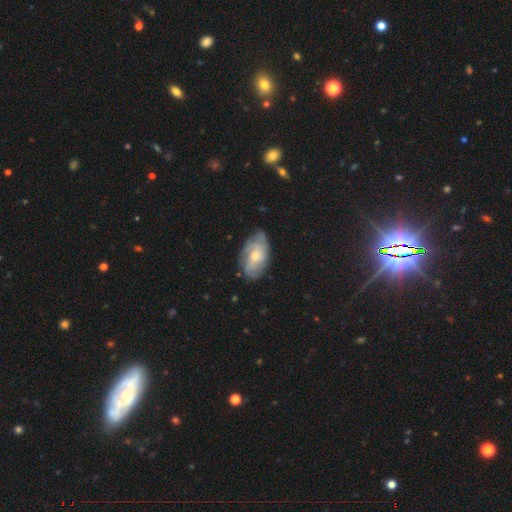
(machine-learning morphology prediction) Smooth or featured?
  - featured or disk: 70% *
  - smooth: 24%
  - star or artifact: 6%
Edge-on disk?
  - no: 96% *
  - yes: 4%
Bar?
  - no: 71% *
  - weak: 25%
  - strong: 4%
Spiral arms?
  - yes: 91% *
  - no: 9%
Spiral winding?
  - tight: 54% *
  - medium: 34%
  - loose: 11%
Spiral arm count?
  - can't tell: 38% *
  - 3: 21%
  - 2: 18%
  - 4: 13%
  - more than 4: 5%
  - 1: 5%
Bulge size?
  - small: 48% *
  - moderate: 45%
  - large: 3%
  - none: 2%
  - dominant: 1%
Merging?
  - none: 75% *
  - minor disturbance: 19%
  - major disturbance: 5%
  - merger: 1%